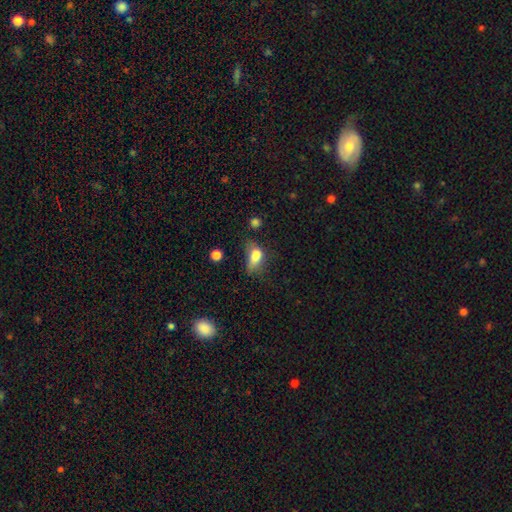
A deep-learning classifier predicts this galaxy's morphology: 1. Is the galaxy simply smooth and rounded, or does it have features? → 75% smooth, 14% featured or disk, 11% star or artifact.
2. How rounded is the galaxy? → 83% in between, 13% round, 4% cigar-shaped.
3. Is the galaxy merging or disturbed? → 33% minor disturbance, 32% major disturbance, 29% none, 6% merger.